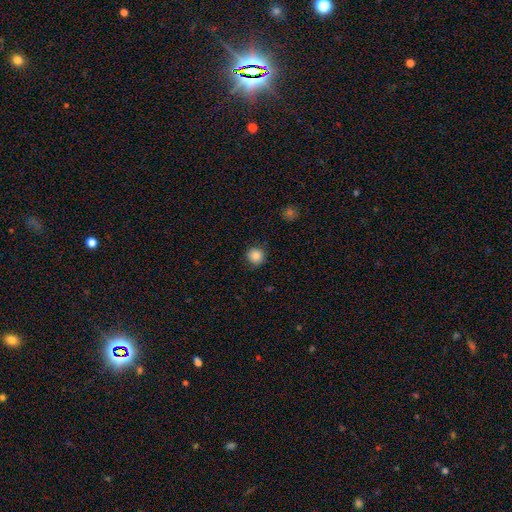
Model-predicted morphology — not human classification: Smooth or featured?
  - smooth: 86% *
  - star or artifact: 10%
  - featured or disk: 4%
How rounded?
  - round: 94% *
  - in between: 5%
  - cigar-shaped: 1%
Merging?
  - none: 87% *
  - minor disturbance: 9%
  - major disturbance: 2%
  - merger: 1%